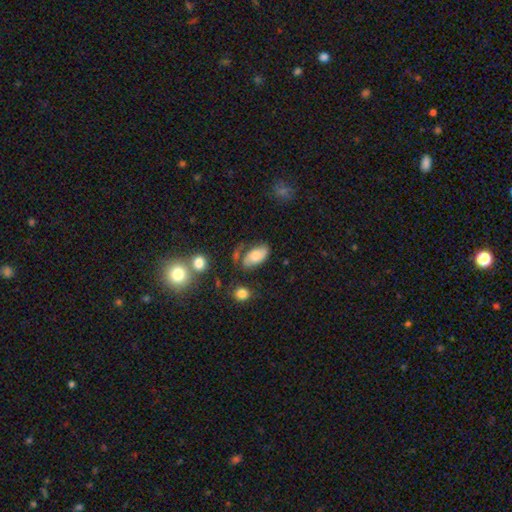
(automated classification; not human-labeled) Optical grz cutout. It shows a smooth galaxy with no disk features (63%) that is in between round and cigar-shaped (93%). Merging: none (50%).